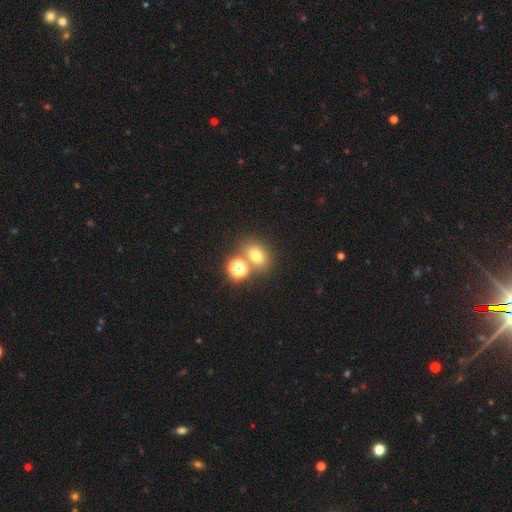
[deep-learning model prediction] Smooth or featured?
  - smooth: 69% *
  - star or artifact: 21%
  - featured or disk: 10%
How rounded?
  - round: 50% *
  - in between: 49%
  - cigar-shaped: 1%
Merging?
  - none: 63% *
  - merger: 23%
  - minor disturbance: 10%
  - major disturbance: 4%